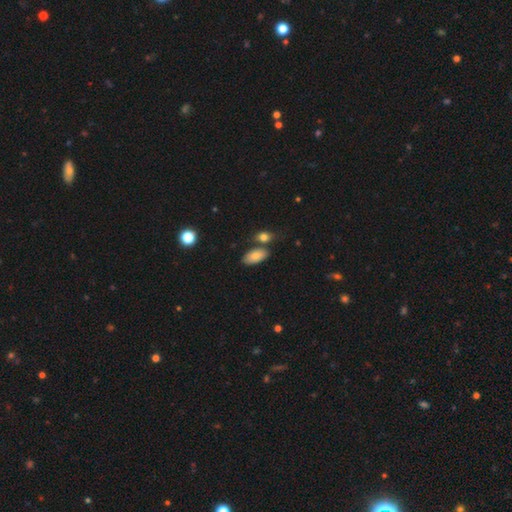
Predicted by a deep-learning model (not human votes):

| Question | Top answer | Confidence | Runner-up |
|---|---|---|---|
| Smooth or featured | smooth | 80% | featured or disk (12%) |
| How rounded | in between | 92% | cigar-shaped (4%) |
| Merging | none | 64% | merger (18%) |